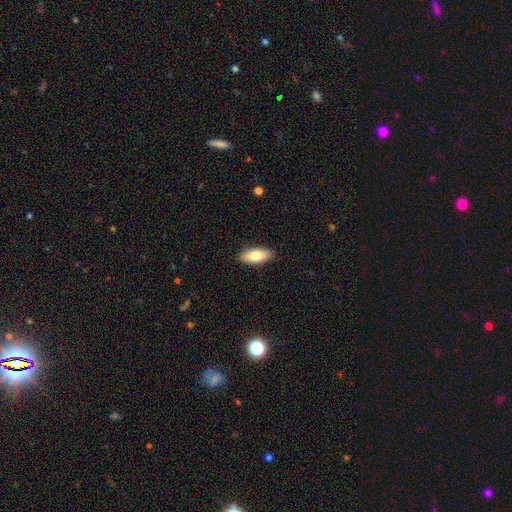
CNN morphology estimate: smooth_or_featured: smooth (p=0.78) [alt: featured or disk p=0.16]
how_rounded: in between (p=0.85) [alt: cigar-shaped p=0.13]
merging: none (p=0.89) [alt: minor disturbance p=0.09]